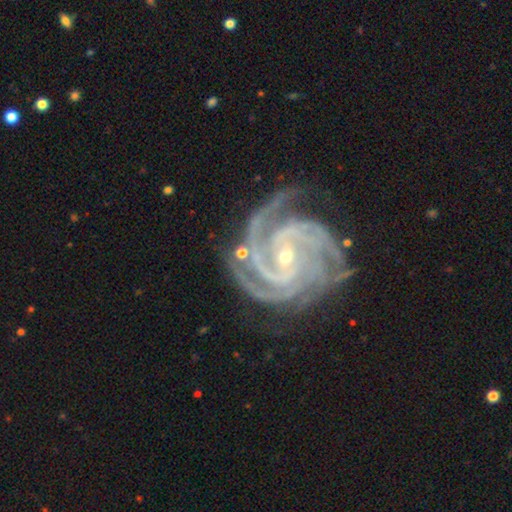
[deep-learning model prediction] This appears to be a featured or disk galaxy (93%) with a weak bar (39%), 3 (32%, tied with 4) tight (71%) spiral arms (99%) and a small central bulge (77%). Merging: none (70%).